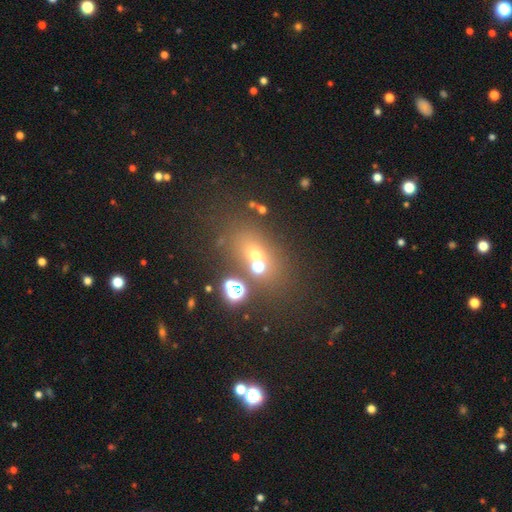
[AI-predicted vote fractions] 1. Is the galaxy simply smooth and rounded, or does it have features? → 47% smooth, 32% star or artifact, 22% featured or disk.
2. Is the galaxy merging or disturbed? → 50% none, 32% merger, 11% minor disturbance, 7% major disturbance.